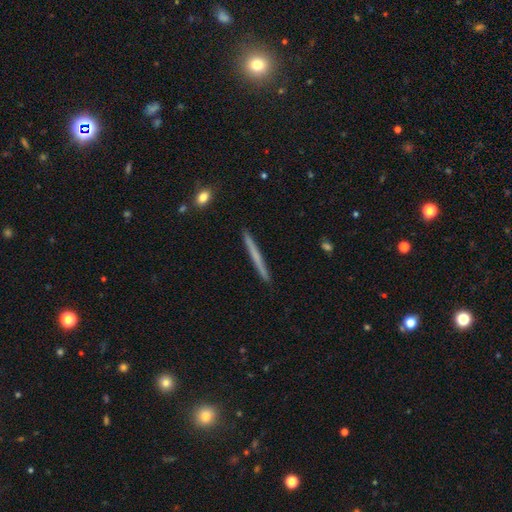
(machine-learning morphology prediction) smooth-or-featured: smooth: 51% | featured or disk: 42% | star or artifact: 6%
  how-rounded: cigar-shaped: 97% | in between: 2% | round: 1%
  merging: none: 91% | minor disturbance: 6% | major disturbance: 1% | merger: 1%